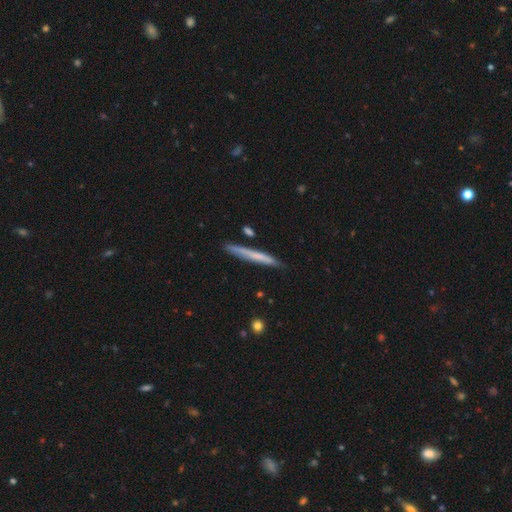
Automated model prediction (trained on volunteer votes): smooth_or_featured: smooth (p=0.58) [alt: featured or disk p=0.37]
how_rounded: cigar-shaped (p=0.96) [alt: in between p=0.02]
merging: none (p=0.85) [alt: minor disturbance p=0.11]